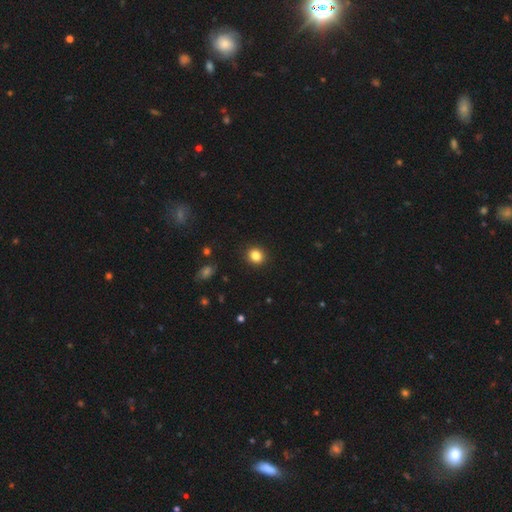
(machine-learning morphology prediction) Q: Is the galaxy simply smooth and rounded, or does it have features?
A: smooth — 84%.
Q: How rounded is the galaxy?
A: round — 80%.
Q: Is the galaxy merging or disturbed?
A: none — 92%.